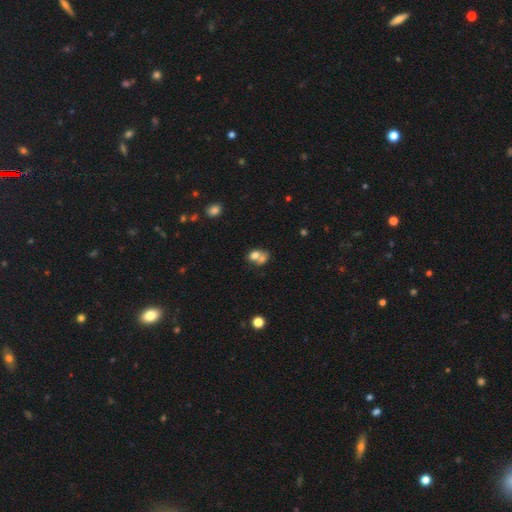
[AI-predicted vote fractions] Smooth or featured? Predicted: smooth (p=0.69). How rounded? Predicted: in between (p=0.56). Merging? Predicted: merger (p=0.63).